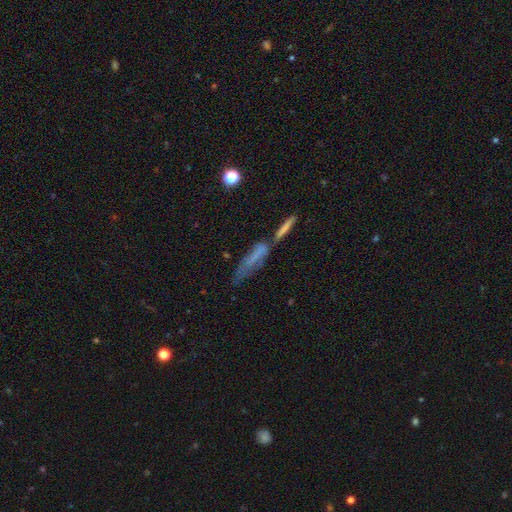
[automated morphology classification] Smooth or featured?
  - smooth: 50% *
  - featured or disk: 37%
  - star or artifact: 13%
Merging?
  - merger: 39% *
  - none: 31%
  - minor disturbance: 16%
  - major disturbance: 13%